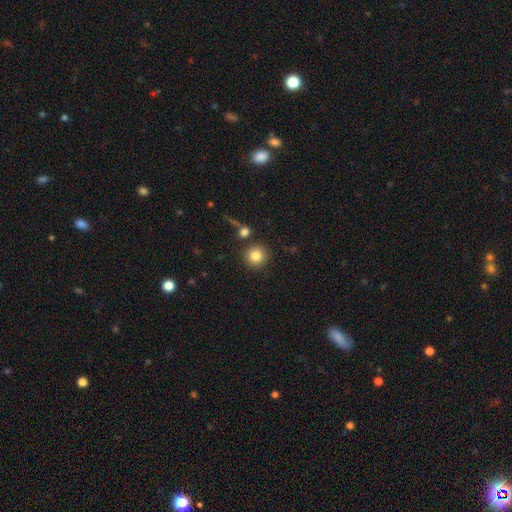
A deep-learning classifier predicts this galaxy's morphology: A smooth galaxy with no disk features (83%) that is round (94%). Merging: none (84%).